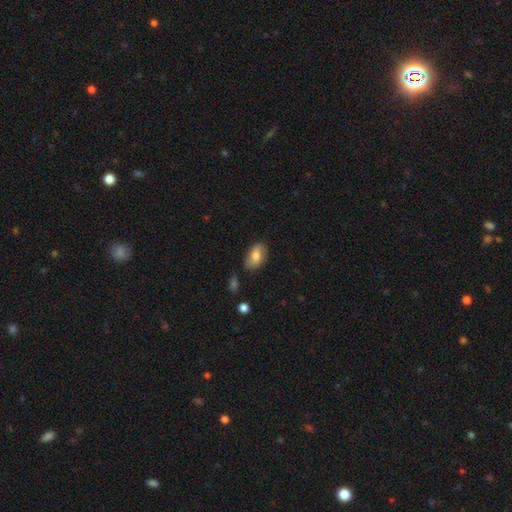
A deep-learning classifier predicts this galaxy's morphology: smooth_or_featured: smooth (p=0.73) [alt: featured or disk p=0.20]
how_rounded: in between (p=0.92) [alt: round p=0.06]
merging: none (p=0.77) [alt: minor disturbance p=0.17]